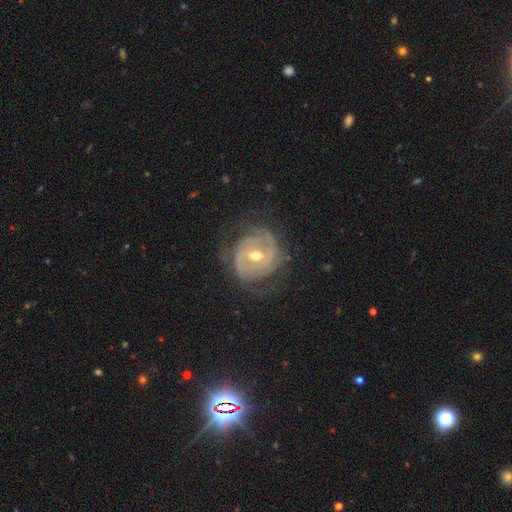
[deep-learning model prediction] featured or disk 83%, smooth 11%, star or artifact 6%. Down the decision tree: edge-on disk — no (97%); bar — weak (41%); spiral arms — yes (87%); spiral arm count — 2 (50%); spiral winding — tight (55%); bulge size — moderate (67%); merging — none (69%).